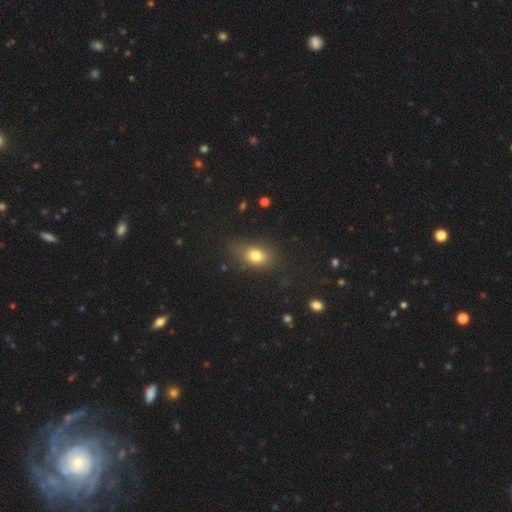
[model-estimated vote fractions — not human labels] Smooth or featured?
  - smooth: 77% *
  - star or artifact: 13%
  - featured or disk: 11%
How rounded?
  - in between: 67% *
  - round: 30%
  - cigar-shaped: 3%
Merging?
  - none: 71% *
  - minor disturbance: 19%
  - major disturbance: 8%
  - merger: 2%